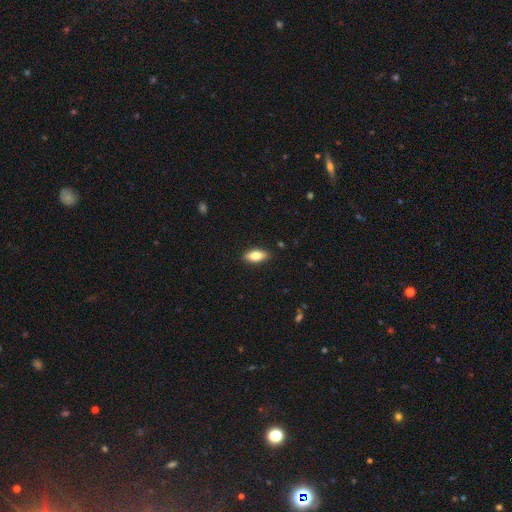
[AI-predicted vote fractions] Smooth or featured: smooth — 80% (featured or disk — 13%)
How rounded: in between — 85% (cigar-shaped — 12%)
Merging: none — 88% (minor disturbance — 9%)